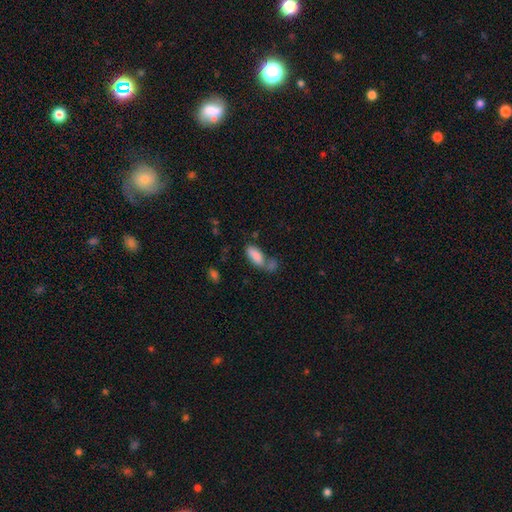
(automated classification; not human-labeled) Smooth or featured? smooth (83%)
How rounded? in between (85%)
Merging? merger (40%)